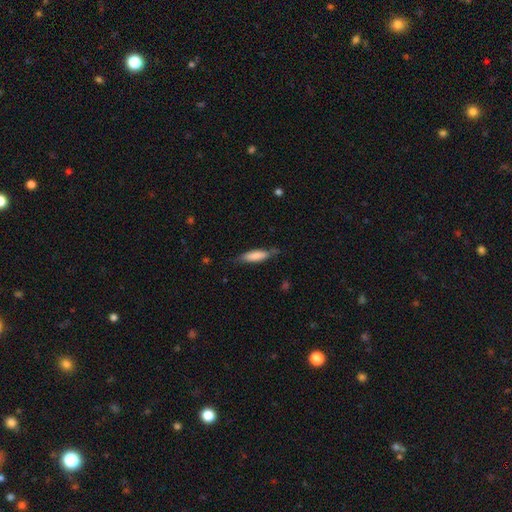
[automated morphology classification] This appears to be a smooth galaxy with no disk features (77%) that is cigar-shaped (62%). Merging: none (67%).